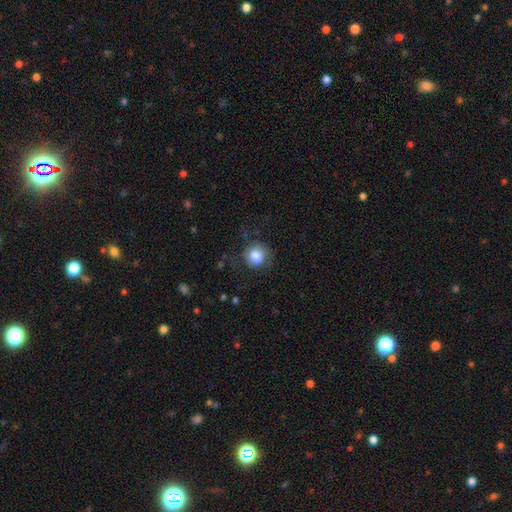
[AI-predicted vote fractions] Smooth or featured: smooth — 83% (star or artifact — 9%)
How rounded: round — 84% (in between — 15%)
Merging: none — 72% (minor disturbance — 18%)